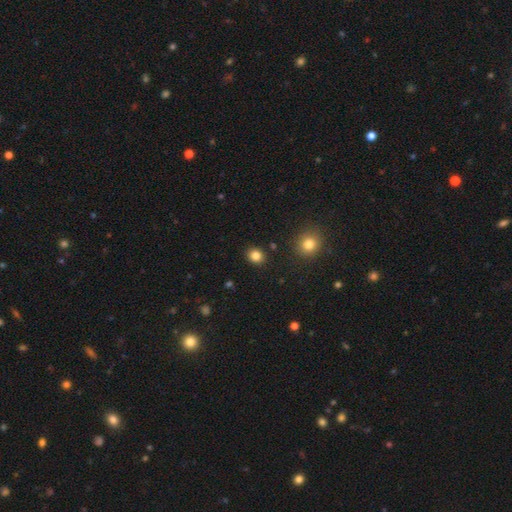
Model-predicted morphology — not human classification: smooth-or-featured: smooth: 83% | star or artifact: 12% | featured or disk: 5%
  how-rounded: round: 70% | in between: 30% | cigar-shaped: 1%
  merging: none: 89% | minor disturbance: 7% | major disturbance: 2% | merger: 2%